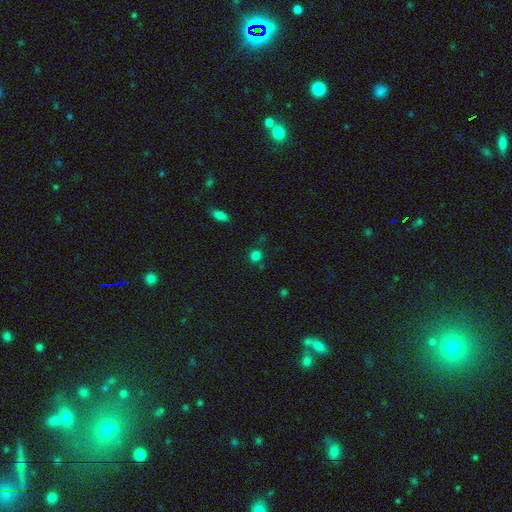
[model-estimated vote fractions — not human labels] Overall: smooth (80%). How rounded: round (88%). Merging: none (79%).